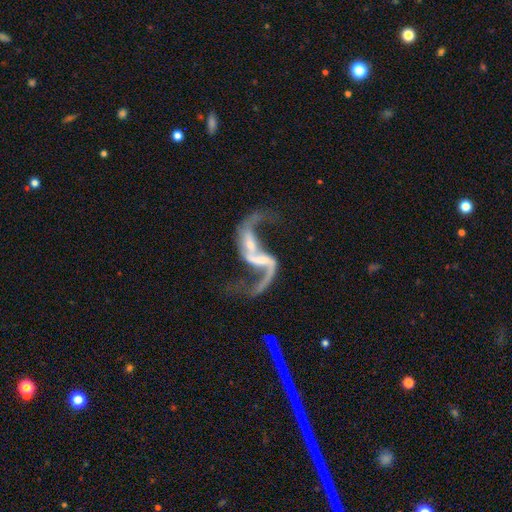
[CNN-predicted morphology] featured or disk 89%, star or artifact 7%, smooth 4%. Down the decision tree: edge-on disk — no (96%); bar — weak (36%); spiral arms — yes (93%); spiral arm count — 2 (90%); spiral winding — loose (88%); bulge size — small (56%); merging — none (39%).